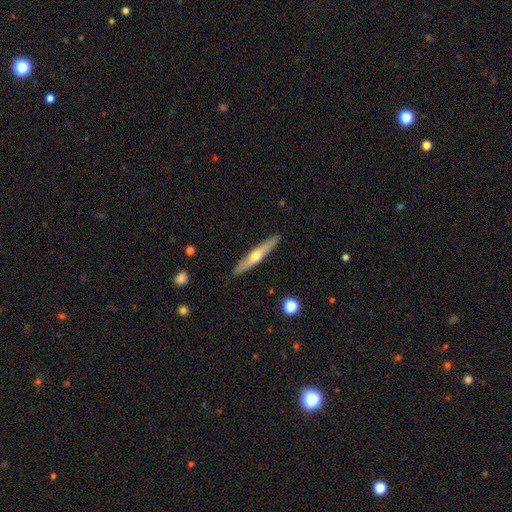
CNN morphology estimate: featured or disk 55%, smooth 39%, star or artifact 6%. Down the decision tree: edge-on disk — yes (93%); edge-on bulge — rounded (85%); merging — none (90%).